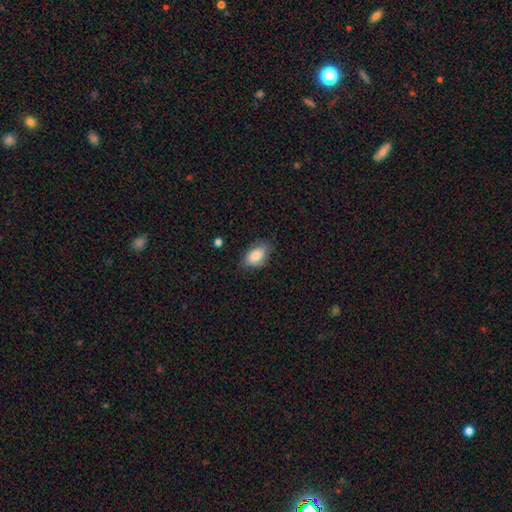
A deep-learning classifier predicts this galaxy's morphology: The model was most divided on "merging": none: 79%, minor disturbance: 16%, major disturbance: 3%, merger: 1%. More confident: how rounded — in between (91%); smooth or featured — smooth (85%).